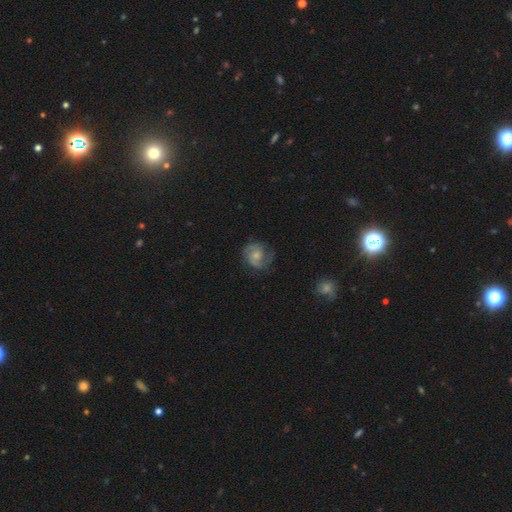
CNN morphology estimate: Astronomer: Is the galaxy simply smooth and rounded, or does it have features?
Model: featured or disk — 63%.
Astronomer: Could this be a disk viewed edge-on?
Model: no — 98%.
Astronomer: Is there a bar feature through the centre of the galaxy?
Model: no — 64%.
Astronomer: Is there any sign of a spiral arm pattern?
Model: yes — 90%.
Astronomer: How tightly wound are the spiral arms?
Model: medium — 48% (runner-up: tight, 33%).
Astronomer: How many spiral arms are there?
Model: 2 — 70%.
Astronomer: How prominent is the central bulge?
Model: moderate — 42% (runner-up: small, 41%).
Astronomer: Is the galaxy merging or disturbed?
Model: none — 66%.